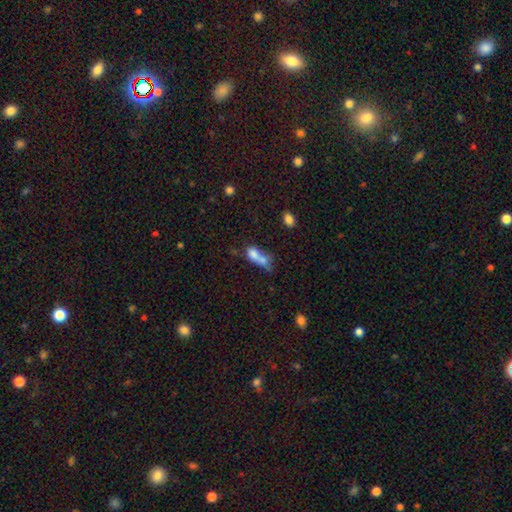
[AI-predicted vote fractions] Smooth or featured: smooth — 69% (featured or disk — 19%)
How rounded: in between — 66% (round — 20%)
Merging: merger — 63% (none — 17%)